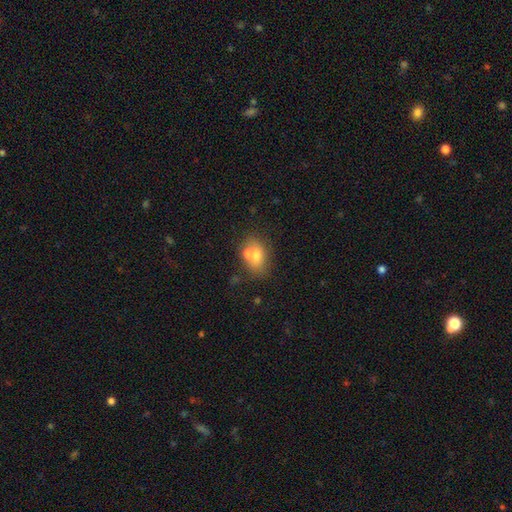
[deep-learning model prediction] The model was most divided on "merging": none: 45%, merger: 37%, minor disturbance: 12%, major disturbance: 5%. More confident: smooth or featured — smooth (65%); how rounded — in between (63%).